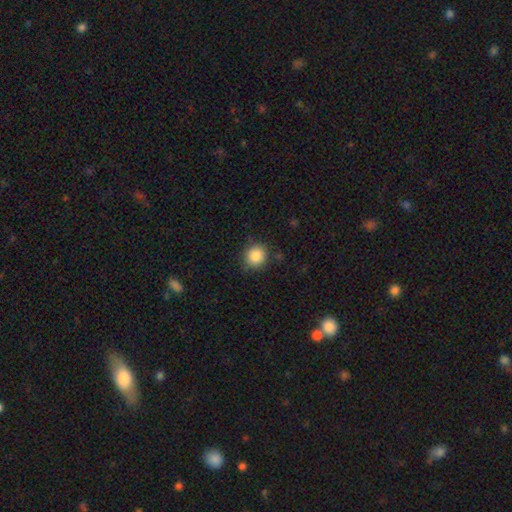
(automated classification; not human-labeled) Smooth or featured? smooth (86%)
How rounded? round (87%)
Merging? none (84%)